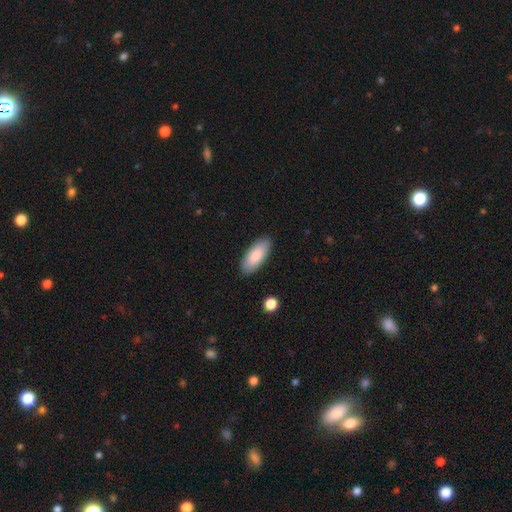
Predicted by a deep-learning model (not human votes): Smooth or featured?
  - smooth: 83% *
  - featured or disk: 12%
  - star or artifact: 5%
How rounded?
  - in between: 84% *
  - cigar-shaped: 14%
  - round: 2%
Merging?
  - none: 88% *
  - minor disturbance: 9%
  - major disturbance: 2%
  - merger: 1%